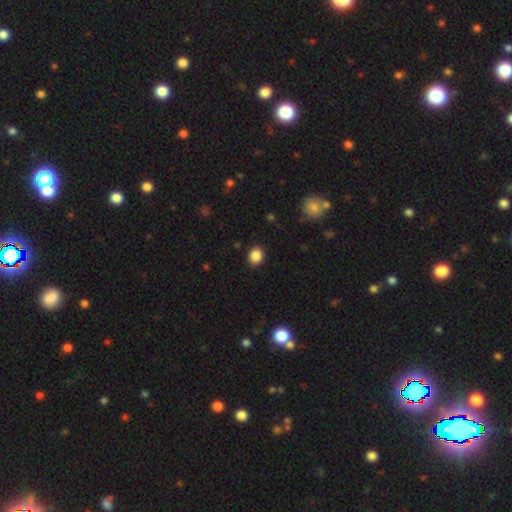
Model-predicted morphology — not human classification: Smooth or featured? smooth (87%)
How rounded? round (70%)
Merging? none (90%)